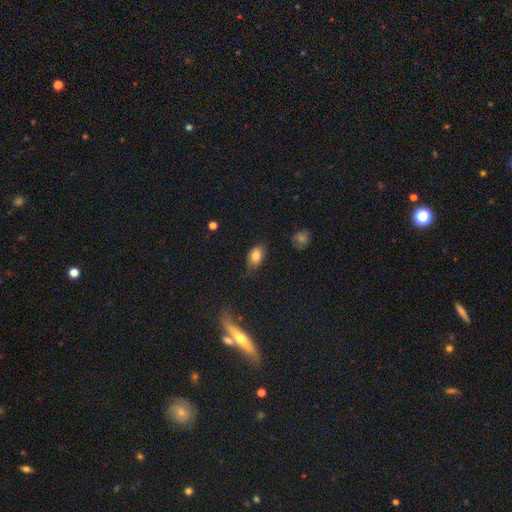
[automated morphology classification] A smooth galaxy with no disk features (81%) that is in between round and cigar-shaped (84%). Merging: none (61%).